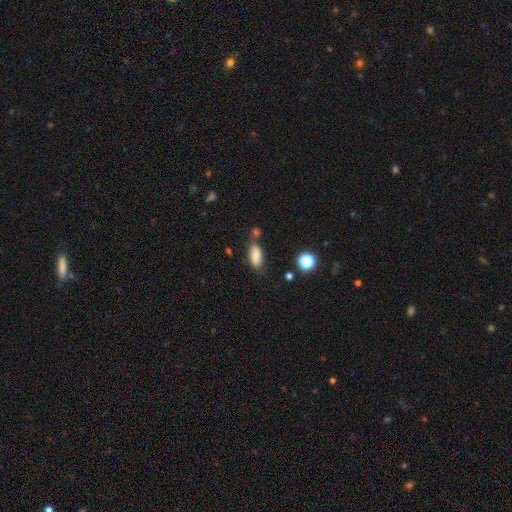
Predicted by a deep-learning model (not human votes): The model was most divided on "merging": none: 66%, minor disturbance: 17%, merger: 12%, major disturbance: 5%. More confident: how rounded — in between (83%); smooth or featured — smooth (82%).